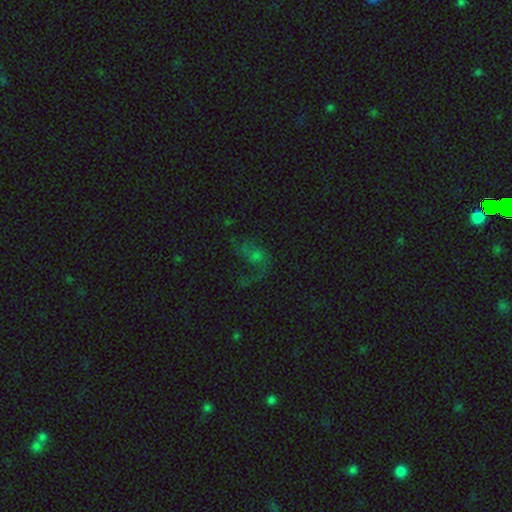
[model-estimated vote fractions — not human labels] Smooth or featured?
  - featured or disk: 45% *
  - star or artifact: 29%
  - smooth: 26%
Merging?
  - major disturbance: 40% *
  - none: 38%
  - minor disturbance: 16%
  - merger: 6%